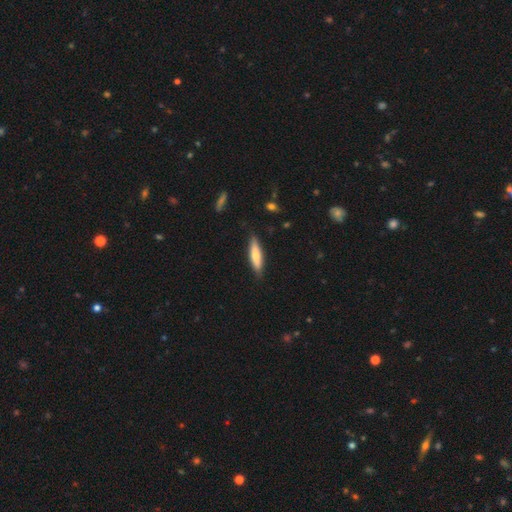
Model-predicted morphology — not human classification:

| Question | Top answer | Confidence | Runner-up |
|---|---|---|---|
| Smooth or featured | smooth | 63% | featured or disk (32%) |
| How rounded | cigar-shaped | 77% | in between (21%) |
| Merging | none | 85% | minor disturbance (11%) |